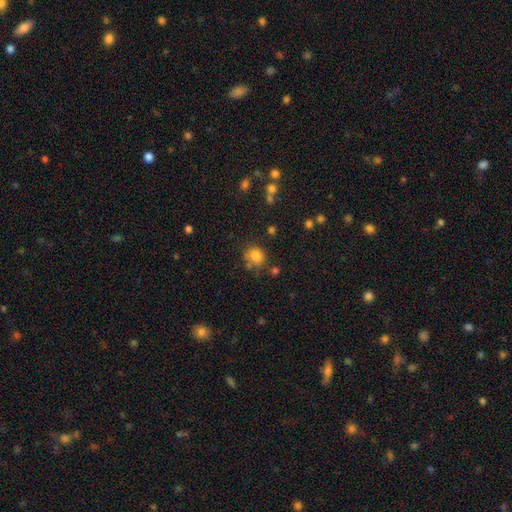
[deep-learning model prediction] smooth 80%, star or artifact 12%, featured or disk 8%. Down the decision tree: how rounded — round (67%); merging — none (63%).